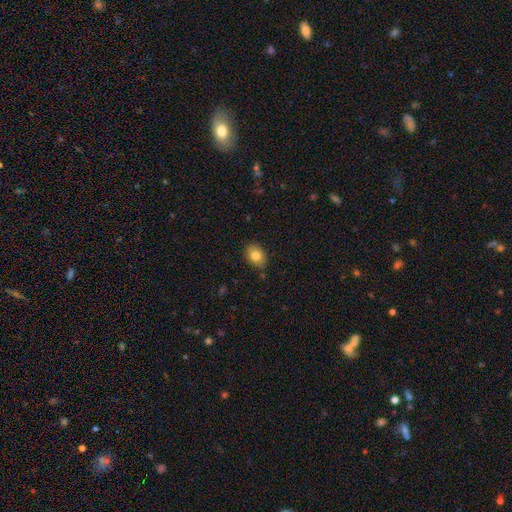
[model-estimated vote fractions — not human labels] A smooth galaxy with no disk features (80%) that is in between round and cigar-shaped (75%). Merging: none (85%).